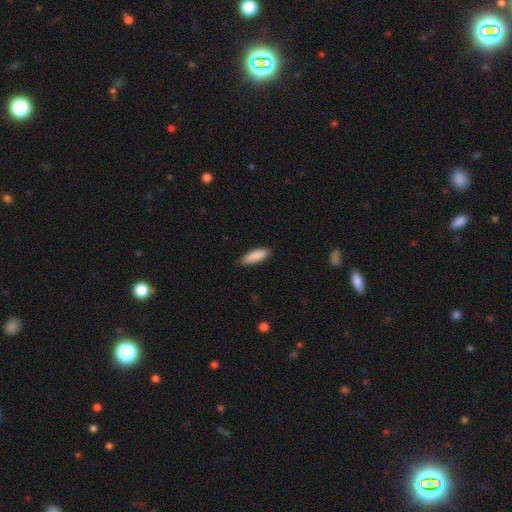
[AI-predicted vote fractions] Smooth or featured? Predicted: smooth (p=0.89). How rounded? Predicted: in between (p=0.58). Merging? Predicted: none (p=0.86).